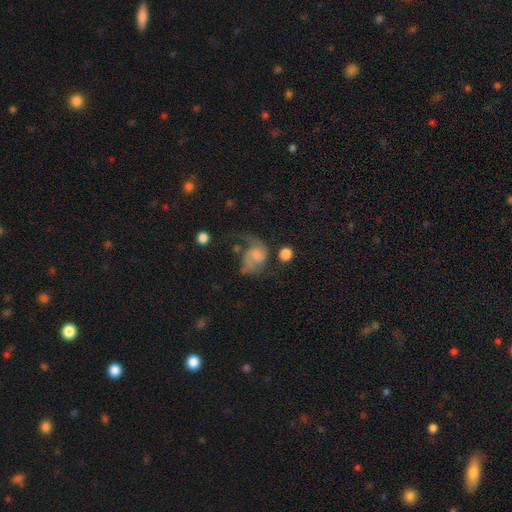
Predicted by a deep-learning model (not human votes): Smooth or featured? featured or disk (61%)
Edge-on disk? no (98%)
Bar? no (65%)
Spiral arms? yes (86%)
Spiral winding? loose (51%)
Spiral arm count? 2 (64%)
Bulge size? none (36%)
Merging? major disturbance (39%)